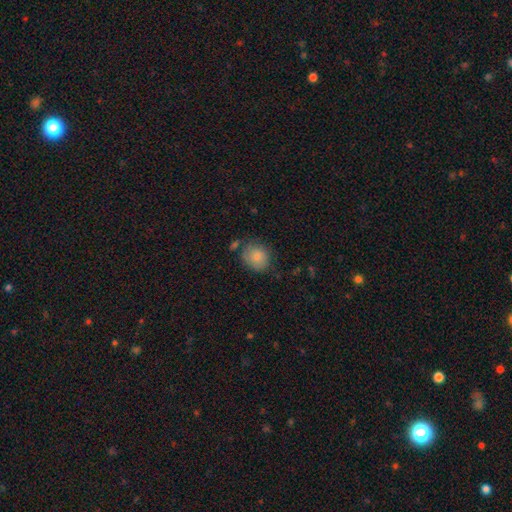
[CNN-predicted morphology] The model was most divided on "how rounded": round: 71%, in between: 28%, cigar-shaped: 1%. More confident: smooth or featured — smooth (80%); merging — none (72%).